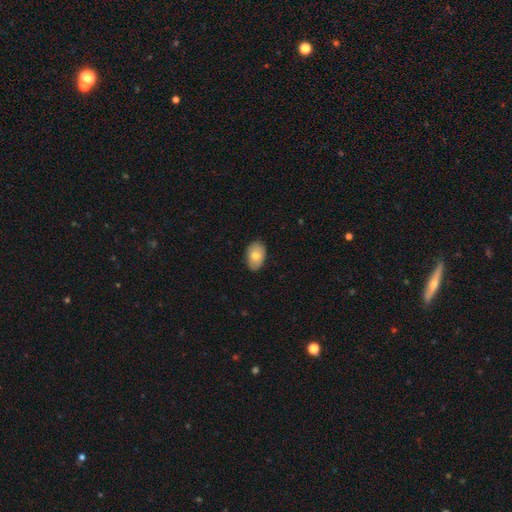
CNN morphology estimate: smooth_or_featured: smooth (p=0.74) [alt: featured or disk p=0.19]
how_rounded: in between (p=0.88) [alt: round p=0.10]
merging: none (p=0.85) [alt: minor disturbance p=0.12]